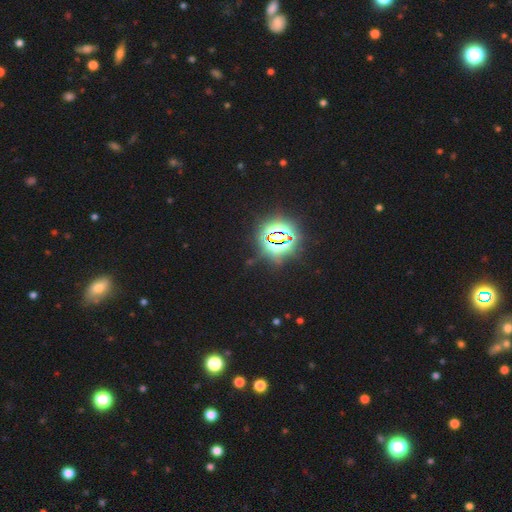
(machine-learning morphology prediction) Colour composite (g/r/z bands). It shows a star or artifact, not a galaxy (82%).